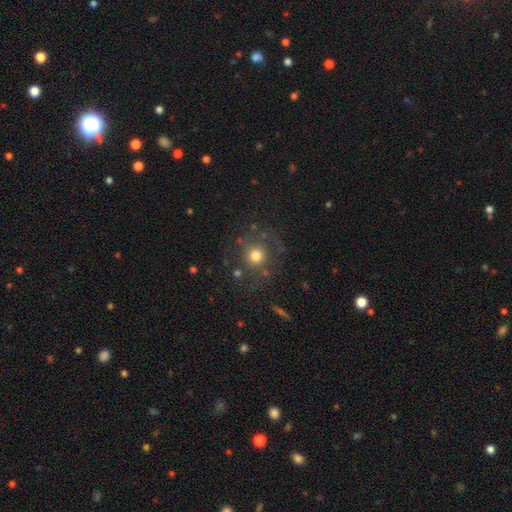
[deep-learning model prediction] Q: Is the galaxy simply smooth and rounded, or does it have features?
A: smooth — 75%.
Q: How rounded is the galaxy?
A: round — 90%.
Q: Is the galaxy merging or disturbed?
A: none — 76%.